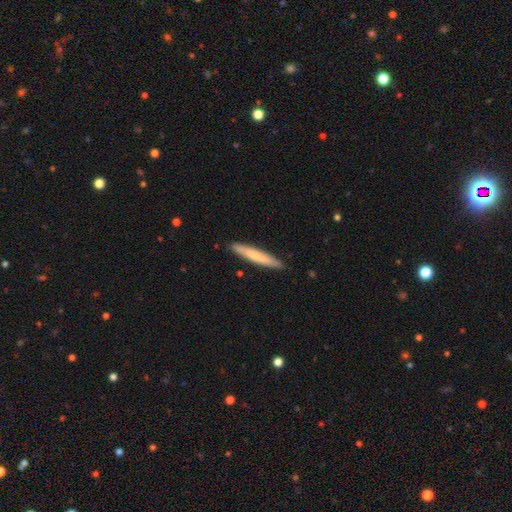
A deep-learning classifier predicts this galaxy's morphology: A smooth galaxy with no disk features (69%) that is cigar-shaped (94%).

Vote fractions:
- Smooth or featured? smooth: 69% / featured or disk: 26% / star or artifact: 5%
- How rounded? cigar-shaped: 94% / in between: 5% / round: 1%
- Merging? none: 89% / minor disturbance: 9% / major disturbance: 1% / merger: 1%